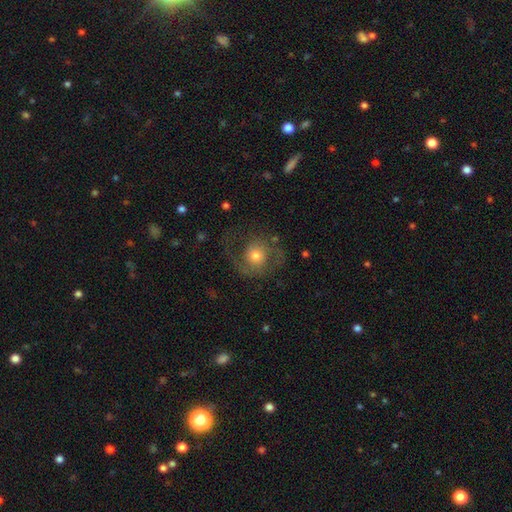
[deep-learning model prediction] Smooth or featured: featured or disk — 61% (smooth — 30%)
Edge-on disk: no — 97% (yes — 3%)
Bar: no — 75% (weak — 20%)
Spiral arms: yes — 83% (no — 17%)
Bulge size: moderate — 59% (small — 26%)
Merging: none — 61% (major disturbance — 21%)